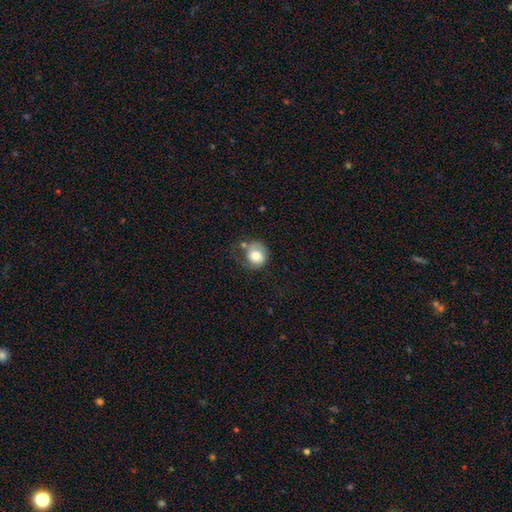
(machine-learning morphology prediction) smooth 72%, featured or disk 21%, star or artifact 8%. Down the decision tree: how rounded — round (72%); merging — none (42%).